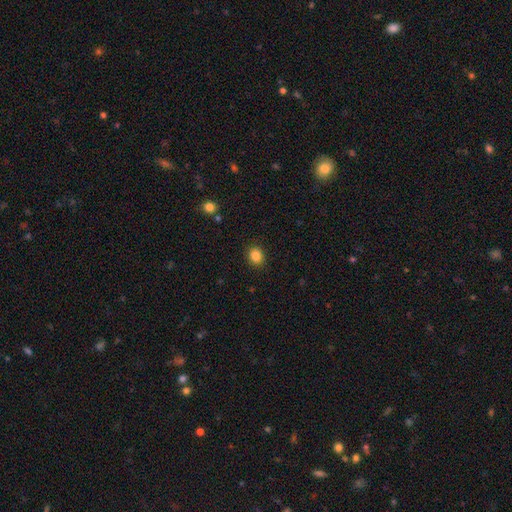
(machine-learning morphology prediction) The model was most divided on "how rounded": round: 67%, in between: 33%, cigar-shaped: 1%. More confident: merging — none (90%); smooth or featured — smooth (86%).